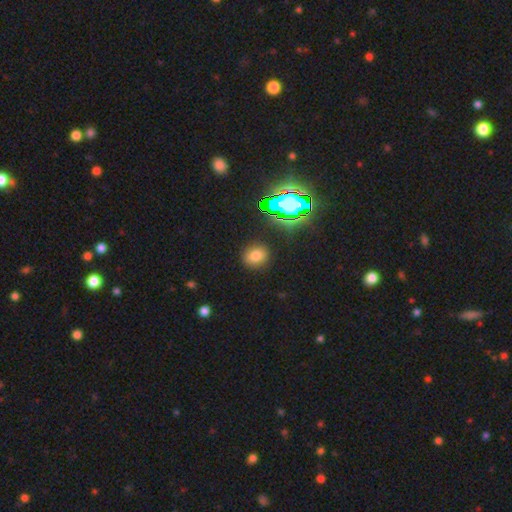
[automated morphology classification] This appears to be a smooth galaxy with no disk features (72%) that is round (72%). Merging: none (87%).